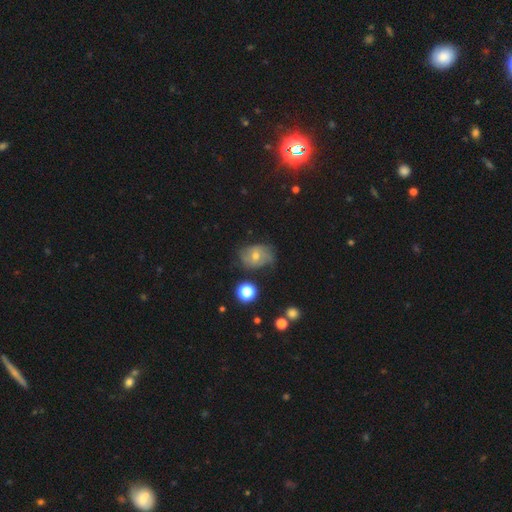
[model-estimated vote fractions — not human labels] Smooth or featured?
  - featured or disk: 47% *
  - smooth: 37%
  - star or artifact: 16%
Merging?
  - none: 58% *
  - minor disturbance: 28%
  - major disturbance: 11%
  - merger: 3%